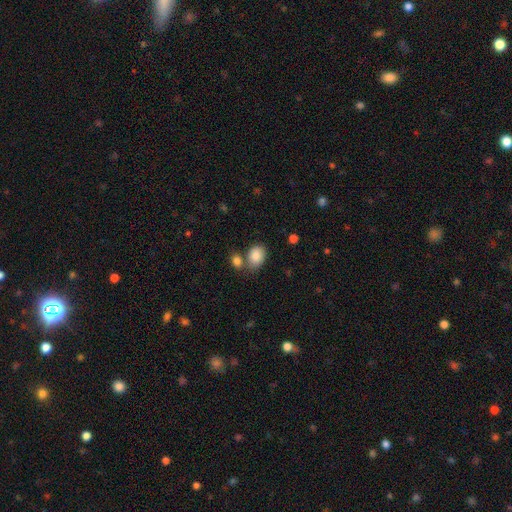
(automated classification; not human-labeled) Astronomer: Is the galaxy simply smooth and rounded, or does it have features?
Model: smooth — 85%.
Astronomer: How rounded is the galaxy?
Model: in between — 75%.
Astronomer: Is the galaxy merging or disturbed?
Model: none — 55%.